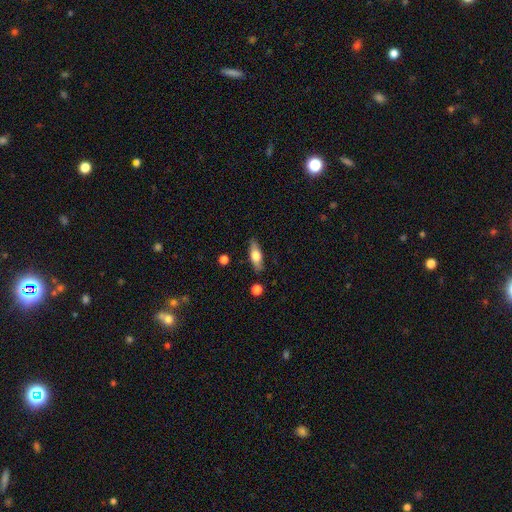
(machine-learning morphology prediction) Smooth or featured: smooth — 58% (featured or disk — 35%)
How rounded: in between — 62% (cigar-shaped — 34%)
Merging: none — 84% (minor disturbance — 11%)